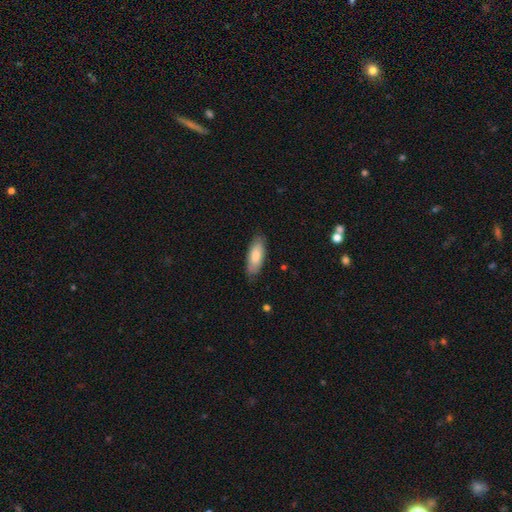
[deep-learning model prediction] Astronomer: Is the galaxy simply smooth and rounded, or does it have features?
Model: smooth — 80%.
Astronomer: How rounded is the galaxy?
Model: in between — 74%.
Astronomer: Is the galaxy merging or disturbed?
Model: none — 80%.